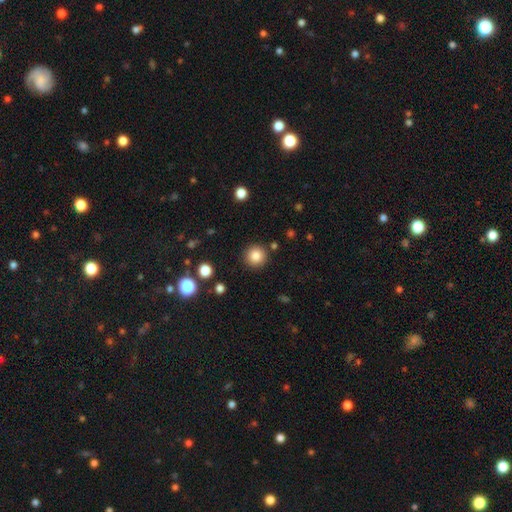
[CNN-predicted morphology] smooth 84%, star or artifact 11%, featured or disk 5%. Down the decision tree: how rounded — round (95%); merging — none (90%).